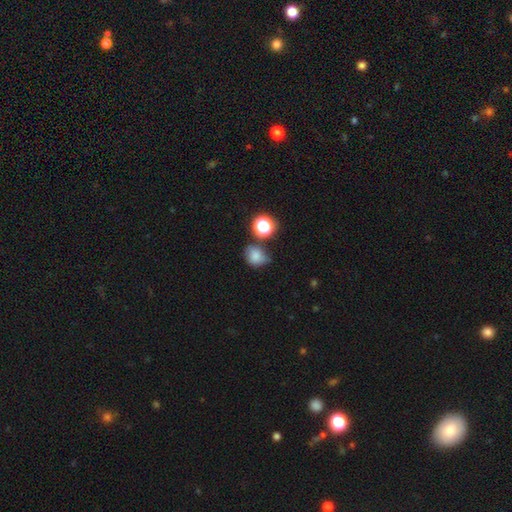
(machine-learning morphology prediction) type=smooth (74%); roundness=round (62%); merging=none (48%).